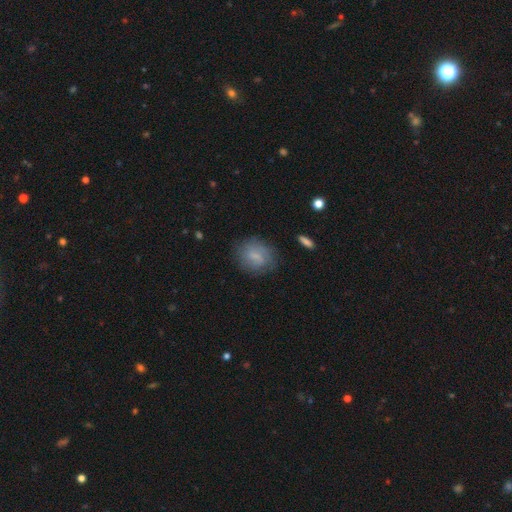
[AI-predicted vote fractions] smooth_or_featured: smooth (p=0.62) [alt: featured or disk p=0.30]
how_rounded: round (p=0.59) [alt: in between p=0.39]
merging: none (p=0.73) [alt: minor disturbance p=0.18]